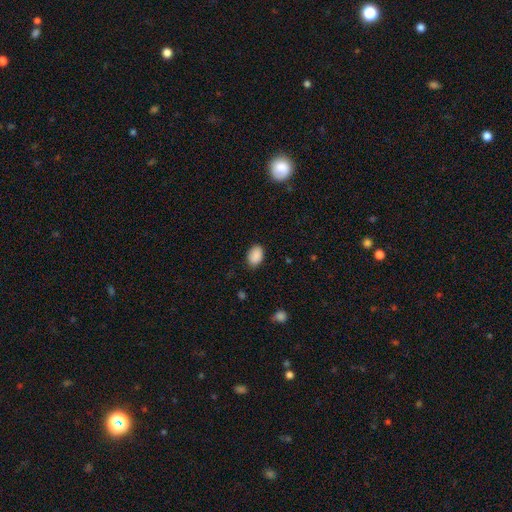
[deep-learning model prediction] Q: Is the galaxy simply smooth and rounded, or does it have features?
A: smooth — 90%.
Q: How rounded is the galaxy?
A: in between — 84%.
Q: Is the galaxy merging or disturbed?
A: none — 84%.